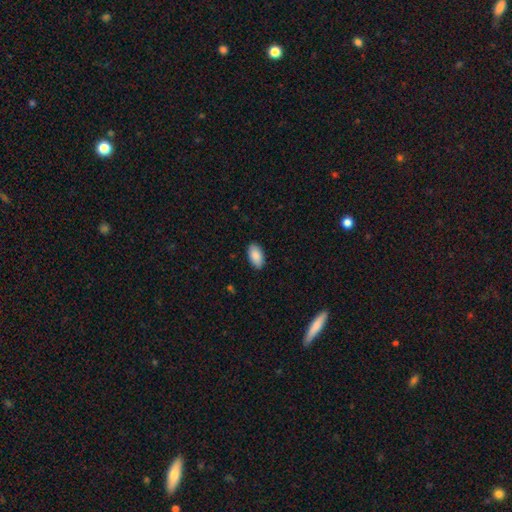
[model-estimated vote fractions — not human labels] Smooth or featured: smooth — 89% (star or artifact — 6%)
How rounded: in between — 95% (cigar-shaped — 2%)
Merging: none — 88% (minor disturbance — 9%)